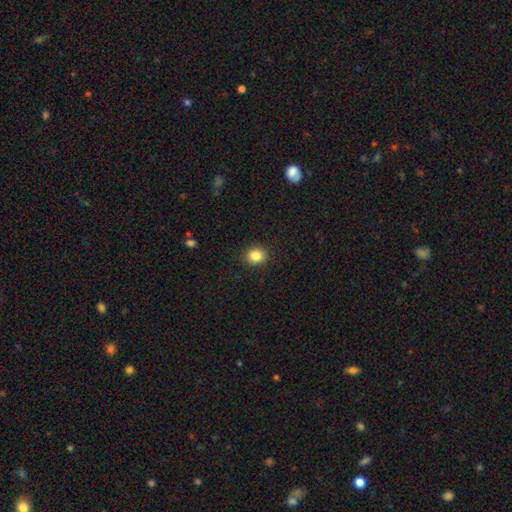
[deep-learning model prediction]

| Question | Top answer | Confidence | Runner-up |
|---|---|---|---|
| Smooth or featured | smooth | 85% | star or artifact (10%) |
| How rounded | round | 79% | in between (20%) |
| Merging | none | 90% | minor disturbance (7%) |